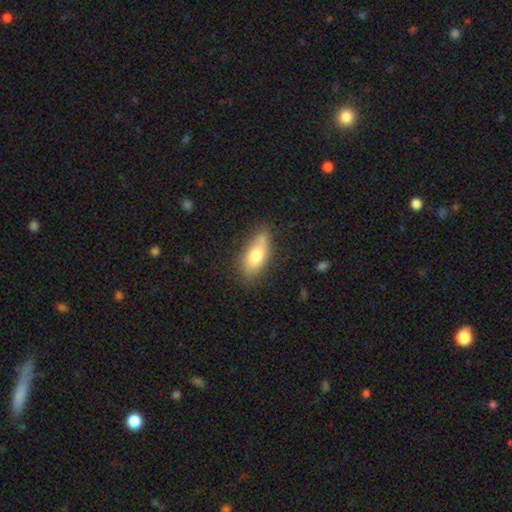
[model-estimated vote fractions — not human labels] smooth_or_featured: smooth (p=0.74) [alt: featured or disk p=0.19]
how_rounded: in between (p=0.81) [alt: cigar-shaped p=0.15]
merging: none (p=0.65) [alt: minor disturbance p=0.24]